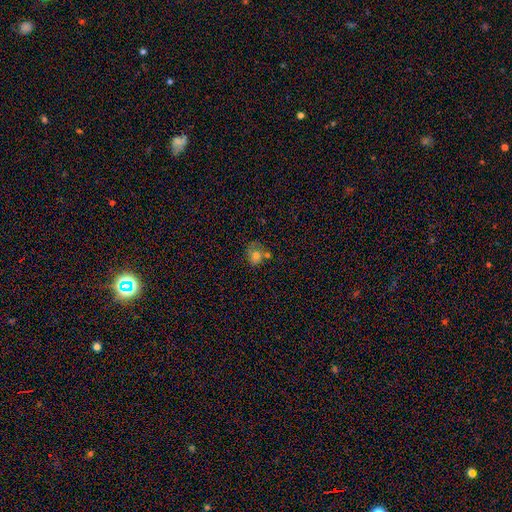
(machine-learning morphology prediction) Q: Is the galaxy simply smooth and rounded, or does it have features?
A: smooth — 70%.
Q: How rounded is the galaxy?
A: round — 61%.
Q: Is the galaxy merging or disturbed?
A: none — 43%.